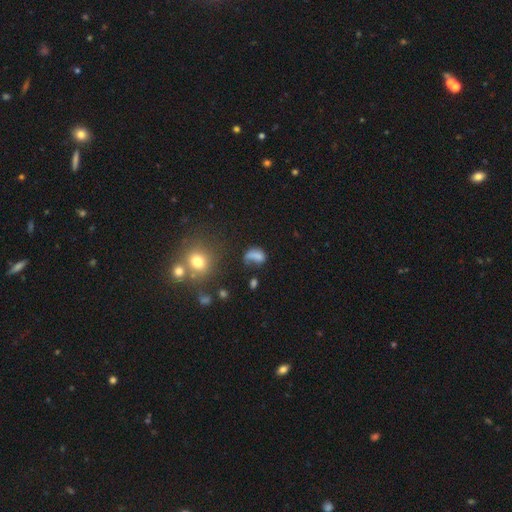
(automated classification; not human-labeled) smooth_or_featured: smooth (p=0.65) [alt: featured or disk p=0.18]
how_rounded: in between (p=0.73) [alt: round p=0.23]
merging: none (p=0.34) [alt: major disturbance p=0.31]